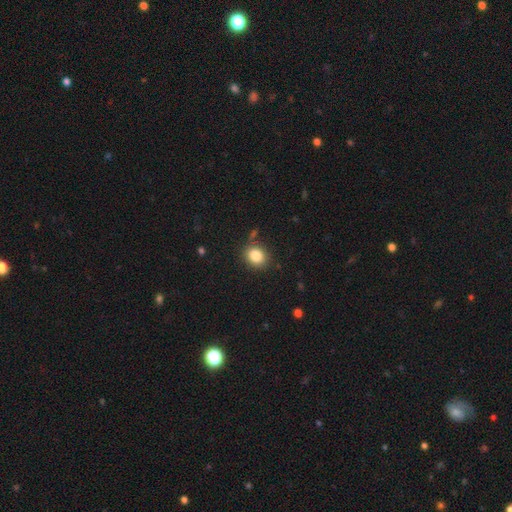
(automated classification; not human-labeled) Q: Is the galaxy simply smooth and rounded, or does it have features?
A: smooth — 85%.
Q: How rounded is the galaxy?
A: round — 66%.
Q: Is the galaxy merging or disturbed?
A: none — 83%.